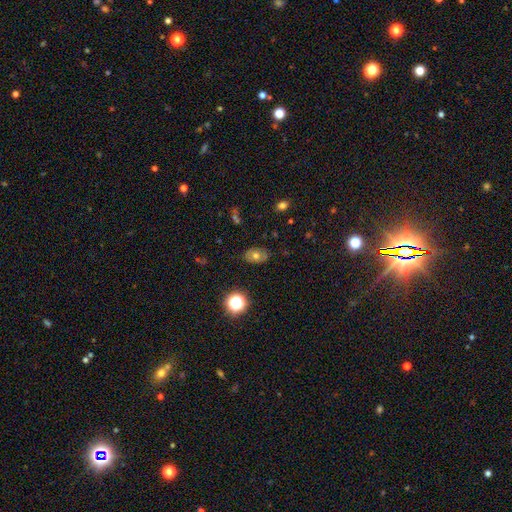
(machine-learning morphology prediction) Q: Smooth or featured?
A: smooth (60%); runner-up: featured or disk (25%)
Q: How rounded?
A: in between (77%); runner-up: round (21%)
Q: Merging?
A: none (81%); runner-up: minor disturbance (14%)